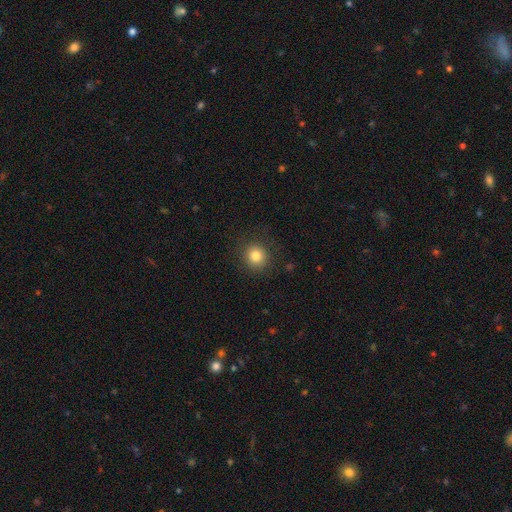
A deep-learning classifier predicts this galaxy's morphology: smooth 82%, star or artifact 12%, featured or disk 6%. Down the decision tree: how rounded — round (90%); merging — none (88%).